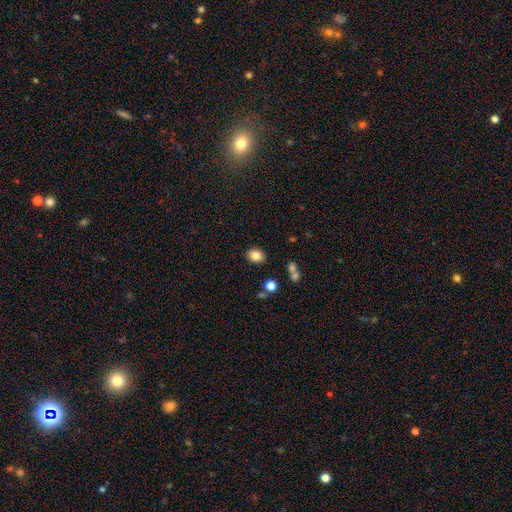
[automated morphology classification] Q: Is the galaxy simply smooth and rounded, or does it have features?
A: smooth — 83%.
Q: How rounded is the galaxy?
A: in between — 61%.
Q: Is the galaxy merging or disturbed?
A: none — 85%.